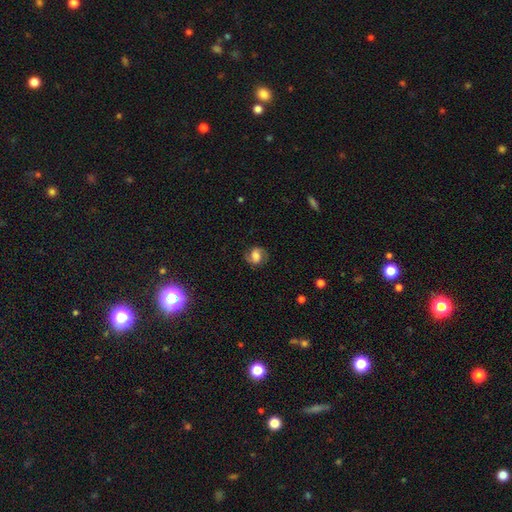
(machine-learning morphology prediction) The model was most divided on "bar": weak: 41%, no: 40%, strong: 19%. Remaining: edge-on disk — no (97%); spiral arms — yes (89%); merging — none (77%); smooth or featured — featured or disk (54%); bulge size — moderate (38%).